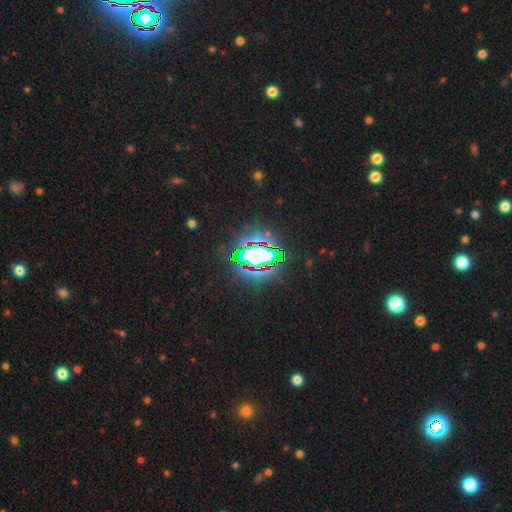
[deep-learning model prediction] Overall: star or artifact (68%).